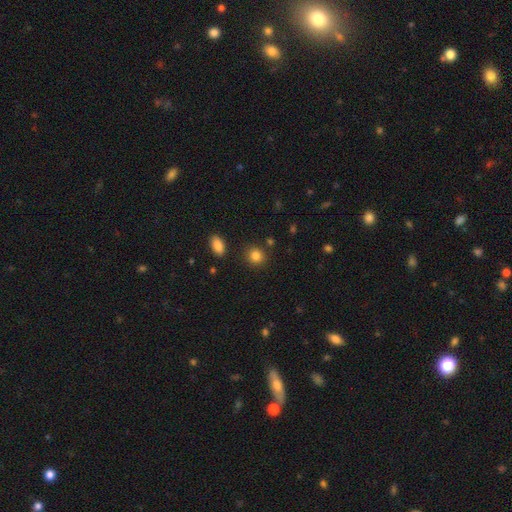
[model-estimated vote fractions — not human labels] Smooth or featured: smooth — 85% (star or artifact — 10%)
How rounded: round — 84% (in between — 15%)
Merging: none — 87% (minor disturbance — 7%)